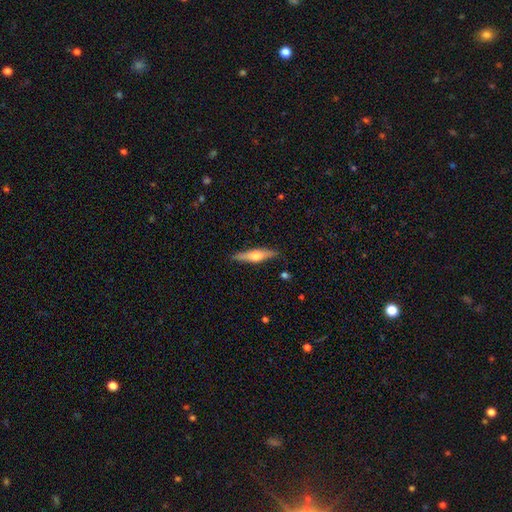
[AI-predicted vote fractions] Overall: featured or disk (58%; smooth 37%). Edge-on disk: yes (95%). Edge-on bulge: rounded (92%). Merging: none (88%).